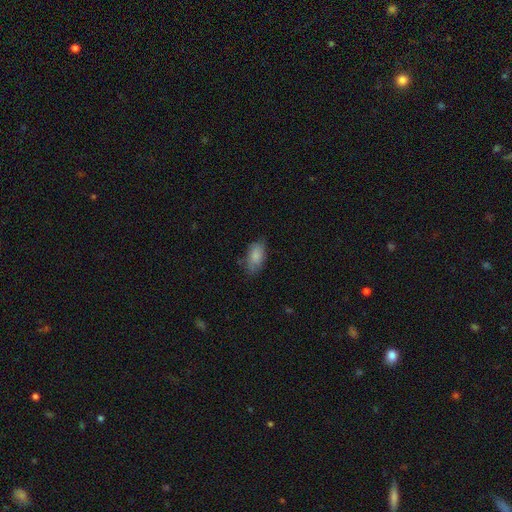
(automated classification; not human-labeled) This is clearly a smooth galaxy (82%). How rounded: clearly in between (92%). Merging: likely none (68%).